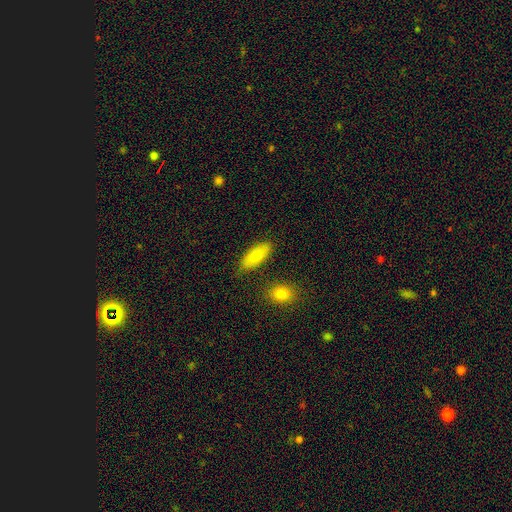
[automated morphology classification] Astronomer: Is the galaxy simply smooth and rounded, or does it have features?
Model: smooth — 76%.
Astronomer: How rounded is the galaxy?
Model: in between — 80%.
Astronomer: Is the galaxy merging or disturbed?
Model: none — 80%.